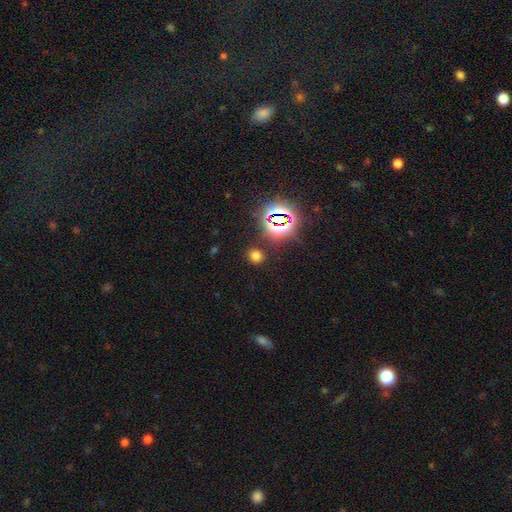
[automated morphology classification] This appears to be a smooth galaxy with no disk features (63%) that is round (69%). Merging: none (86%).